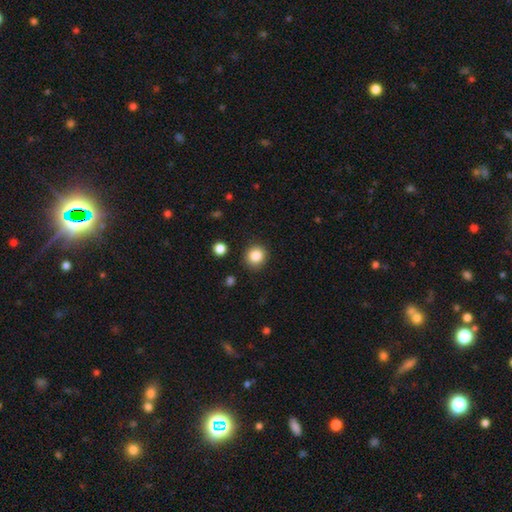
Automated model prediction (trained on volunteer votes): Smooth or featured?
  - smooth: 86% *
  - star or artifact: 10%
  - featured or disk: 5%
How rounded?
  - round: 88% *
  - in between: 11%
  - cigar-shaped: 1%
Merging?
  - none: 89% *
  - minor disturbance: 7%
  - major disturbance: 2%
  - merger: 2%